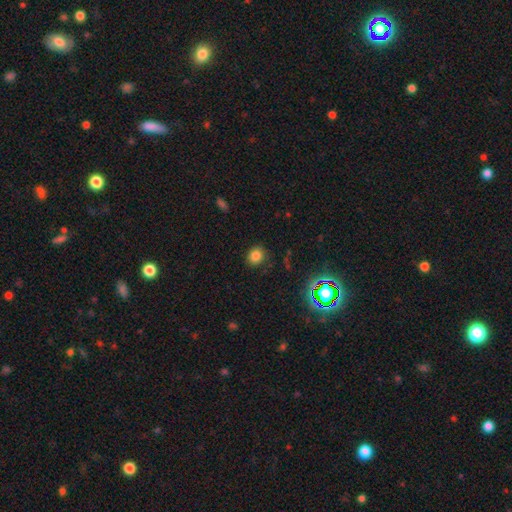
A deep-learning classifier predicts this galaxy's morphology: This is likely a smooth galaxy (80%). How rounded: likely round (72%). Merging: clearly none (85%).